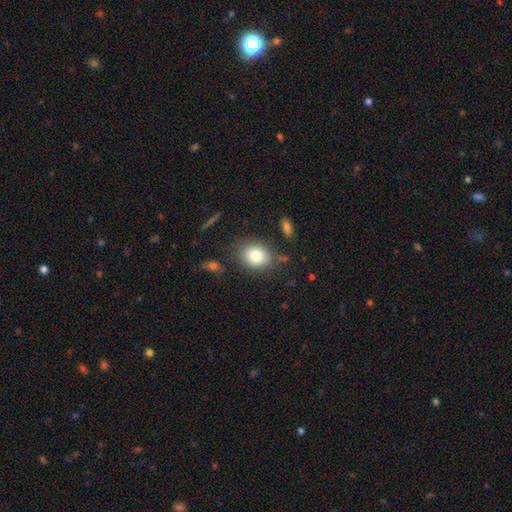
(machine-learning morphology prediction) type=smooth (81%); roundness=in between (52%); merging=none (78%).